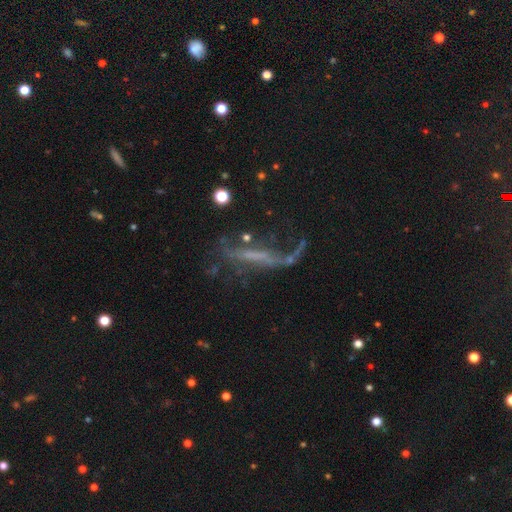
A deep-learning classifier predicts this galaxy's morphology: type=featured or disk (57%); edge-on=no (59%); merging=major disturbance (40%).